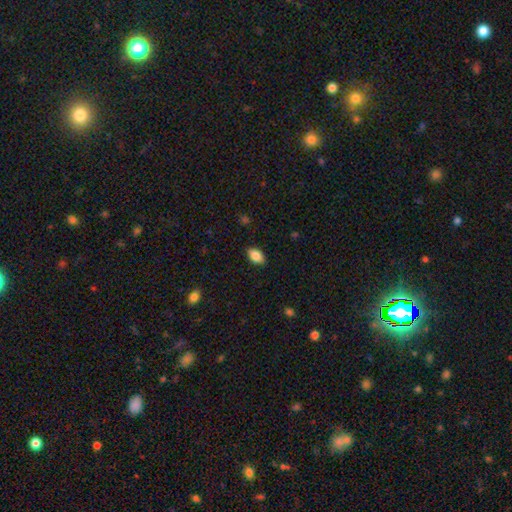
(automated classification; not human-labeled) Smooth or featured? smooth (86%)
How rounded? in between (91%)
Merging? none (87%)